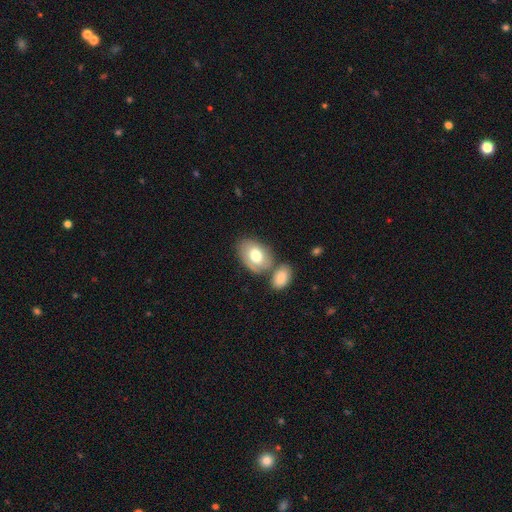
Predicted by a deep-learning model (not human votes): Smooth or featured? Predicted: smooth (p=0.68). How rounded? Predicted: in between (p=0.84). Merging? Predicted: none (p=0.50).